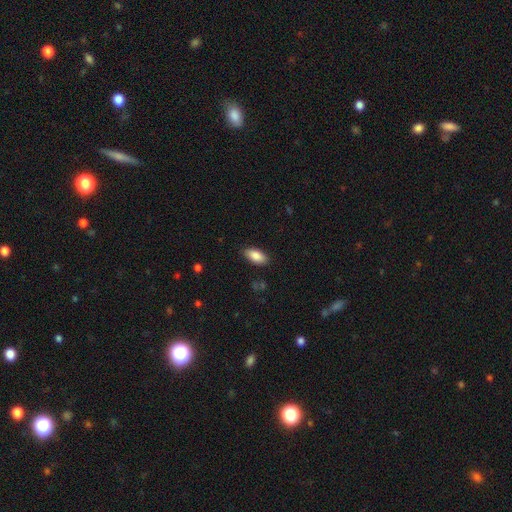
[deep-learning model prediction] This appears to be a smooth galaxy with no disk features (87%) that is in between round and cigar-shaped (91%). Merging: none (86%).